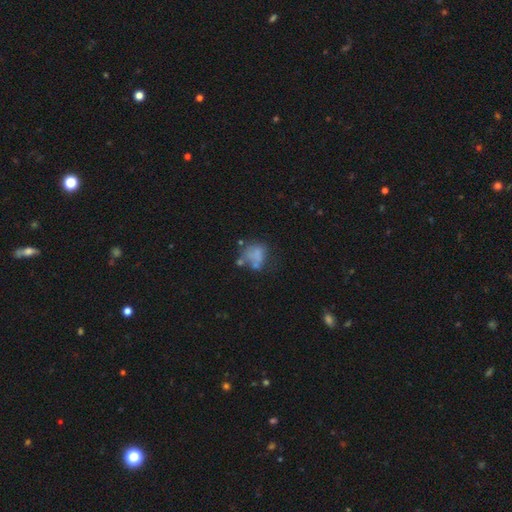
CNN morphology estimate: smooth_or_featured: smooth (p=0.55) [alt: featured or disk p=0.31]
how_rounded: in between (p=0.53) [alt: round p=0.46]
merging: none (p=0.34) [alt: major disturbance p=0.23]